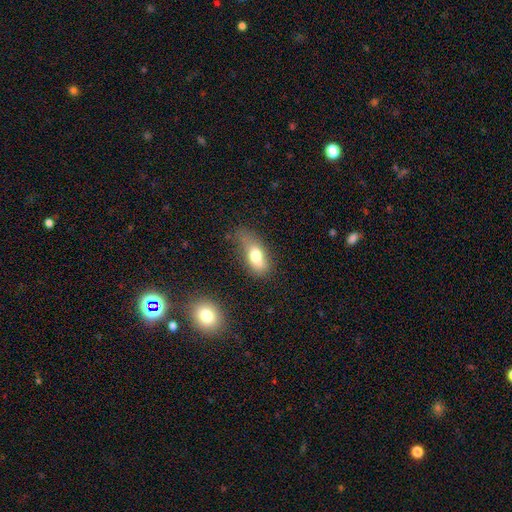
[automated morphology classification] type=smooth (71%); roundness=in between (82%); merging=none (37%).